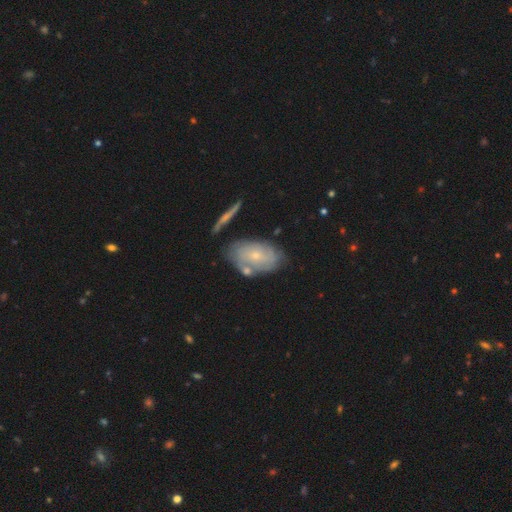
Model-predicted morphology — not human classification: Overall: featured or disk (55%; smooth 38%). Edge-on disk: no (91%). Merging: none (63%).